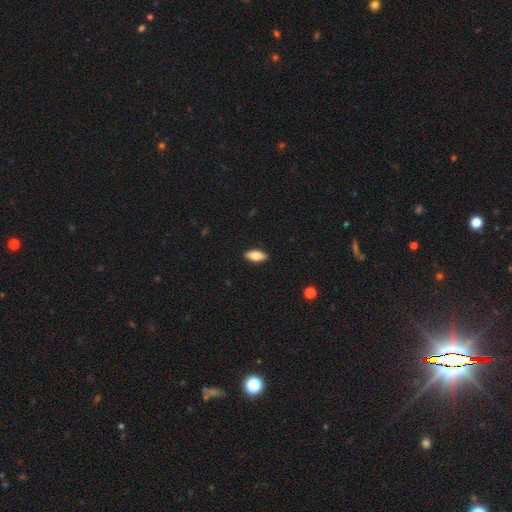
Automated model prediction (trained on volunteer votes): Smooth or featured? smooth (81%)
How rounded? in between (86%)
Merging? none (90%)